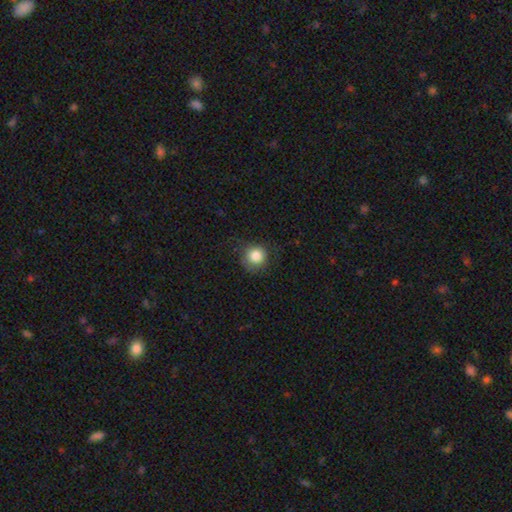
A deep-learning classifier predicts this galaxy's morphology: Smooth or featured? Predicted: smooth (p=0.84). How rounded? Predicted: round (p=0.91). Merging? Predicted: none (p=0.75).